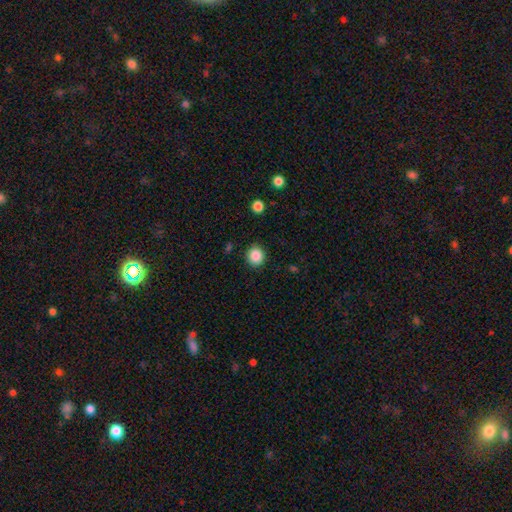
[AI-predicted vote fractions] Morphology: type=smooth (87%); roundness=round (87%); merging=none (89%).